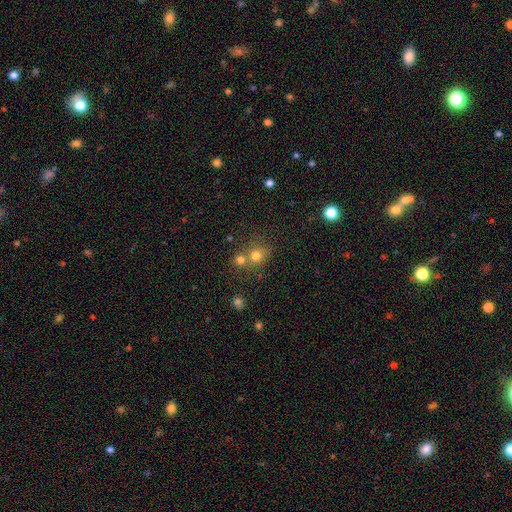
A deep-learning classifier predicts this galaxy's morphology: The model was most divided on "merging": none: 48%, merger: 40%, minor disturbance: 8%, major disturbance: 4%. More confident: how rounded — round (79%); smooth or featured — smooth (74%).